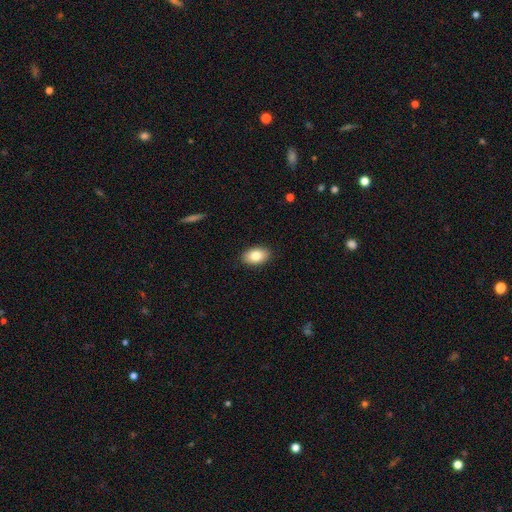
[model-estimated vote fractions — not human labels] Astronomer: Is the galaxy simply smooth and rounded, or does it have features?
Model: smooth — 83%.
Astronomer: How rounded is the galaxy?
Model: in between — 90%.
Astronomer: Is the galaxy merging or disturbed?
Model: none — 90%.